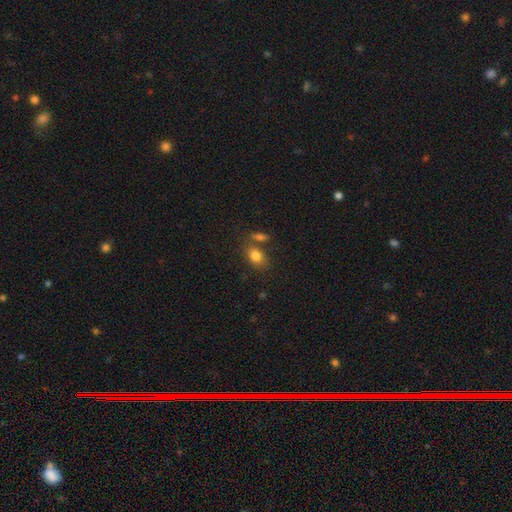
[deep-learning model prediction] Smooth or featured? Predicted: smooth (p=0.83). How rounded? Predicted: in between (p=0.78). Merging? Predicted: none (p=0.60).